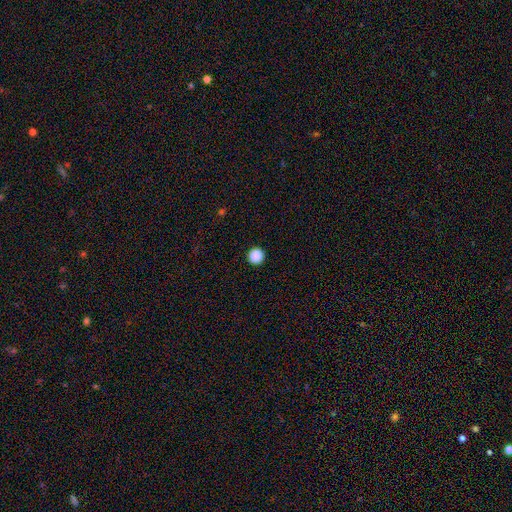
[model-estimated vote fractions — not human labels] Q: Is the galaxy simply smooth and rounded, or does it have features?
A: smooth — 89%.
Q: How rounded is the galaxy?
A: round — 96%.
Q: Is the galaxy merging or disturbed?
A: none — 94%.